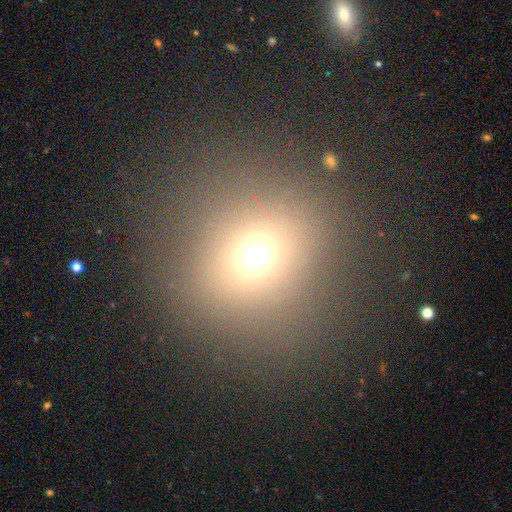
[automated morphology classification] A smooth galaxy with no disk features (66%) that is round (88%). Merging: none (85%).